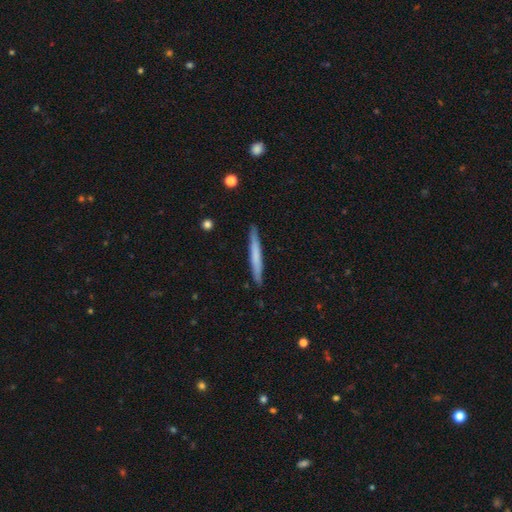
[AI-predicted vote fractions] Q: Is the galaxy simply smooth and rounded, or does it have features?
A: smooth — 62%.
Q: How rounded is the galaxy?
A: cigar-shaped — 97%.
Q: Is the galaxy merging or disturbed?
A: none — 89%.